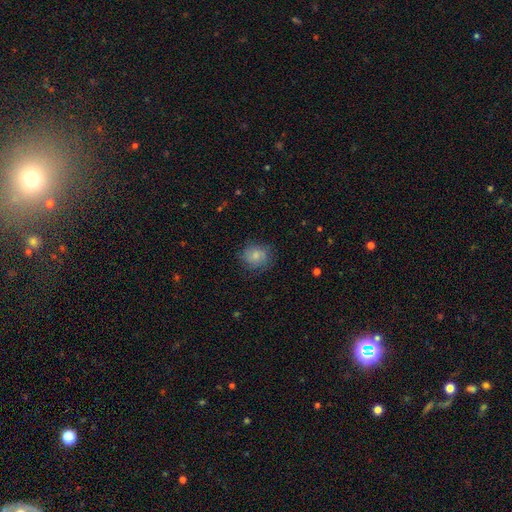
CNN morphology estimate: Overall: smooth (73%). How rounded: round (79%). Merging: none (75%).